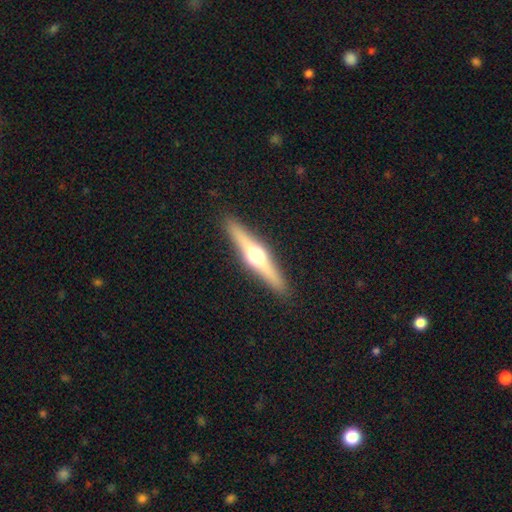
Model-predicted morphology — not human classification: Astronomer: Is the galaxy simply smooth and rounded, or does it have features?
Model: featured or disk — 67%.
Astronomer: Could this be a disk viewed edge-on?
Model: yes — 96%.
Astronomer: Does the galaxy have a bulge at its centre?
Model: rounded — 95%.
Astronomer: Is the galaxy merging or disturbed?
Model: none — 90%.